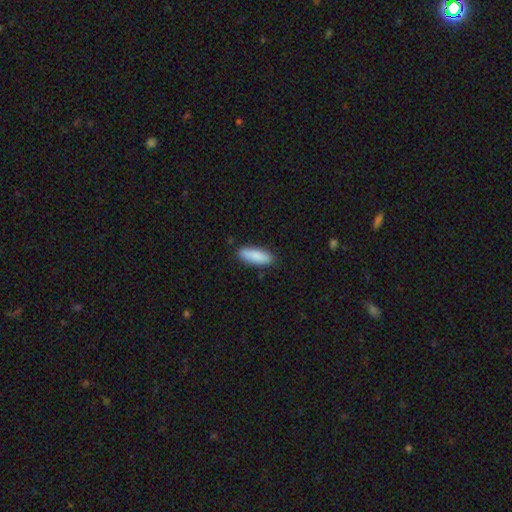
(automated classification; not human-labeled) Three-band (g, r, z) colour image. It shows a smooth galaxy with no disk features (87%) that is in between round and cigar-shaped (62%). Merging: none (86%).